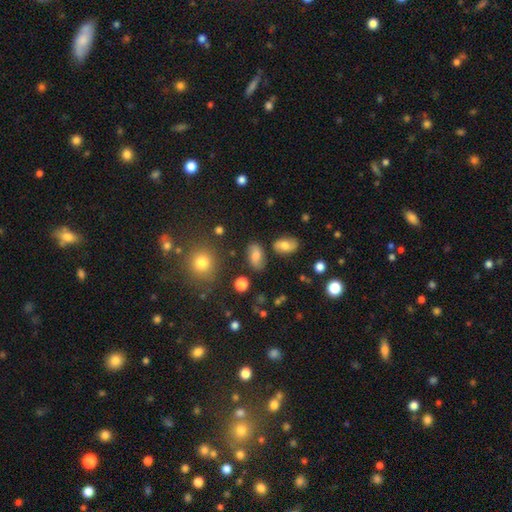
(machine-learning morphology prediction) smooth-or-featured: smooth: 64% | featured or disk: 22% | star or artifact: 13%
  how-rounded: in between: 85% | round: 12% | cigar-shaped: 3%
  merging: none: 72% | minor disturbance: 17% | merger: 6% | major disturbance: 5%